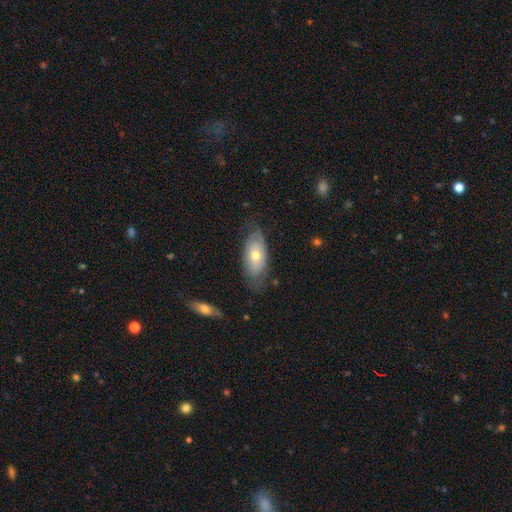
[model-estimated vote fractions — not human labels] Smooth or featured?
  - smooth: 53% *
  - featured or disk: 40%
  - star or artifact: 6%
How rounded?
  - in between: 90% *
  - cigar-shaped: 6%
  - round: 4%
Merging?
  - none: 66% *
  - minor disturbance: 25%
  - major disturbance: 8%
  - merger: 2%